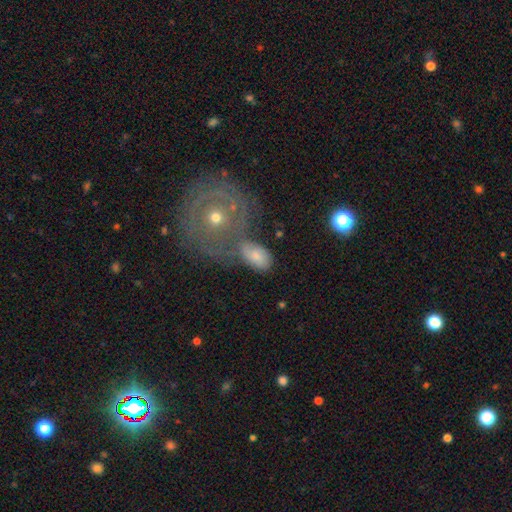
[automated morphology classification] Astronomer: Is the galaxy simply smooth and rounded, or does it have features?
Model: smooth — 60%.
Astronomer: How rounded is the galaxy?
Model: in between — 87%.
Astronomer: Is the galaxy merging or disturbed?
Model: none — 46% (runner-up: merger, 22%).